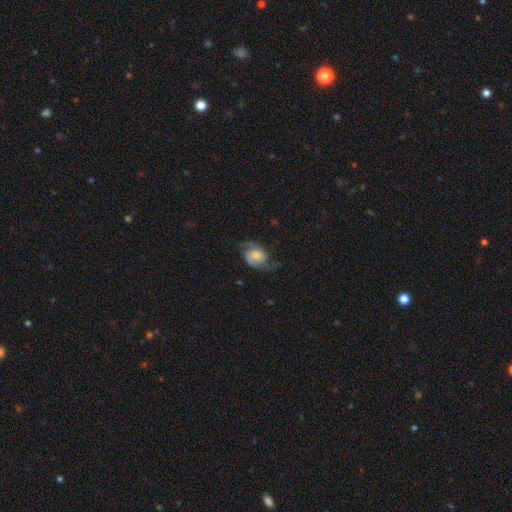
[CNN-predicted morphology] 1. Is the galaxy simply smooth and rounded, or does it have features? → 61% featured or disk, 31% smooth, 8% star or artifact.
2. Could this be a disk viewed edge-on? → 97% no, 3% yes.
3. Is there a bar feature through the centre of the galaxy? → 72% no, 24% weak, 5% strong.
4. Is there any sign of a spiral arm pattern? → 92% yes, 8% no.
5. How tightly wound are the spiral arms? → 49% loose, 37% medium, 14% tight.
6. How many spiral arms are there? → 90% 2, 4% can't tell, 3% 1, 1% 3, 1% 4, 1% more than 4.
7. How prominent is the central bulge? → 26% small (tied), 26% moderate (tied), 20% large, 18% none, 10% dominant.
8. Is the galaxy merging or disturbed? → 60% none, 23% minor disturbance, 16% major disturbance, 2% merger.